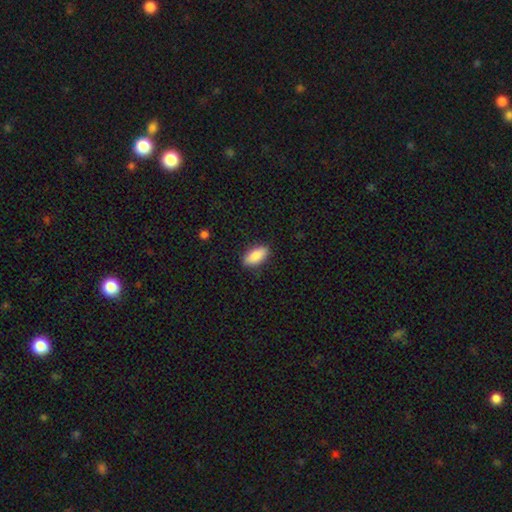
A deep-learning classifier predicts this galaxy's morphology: Smooth or featured? smooth (87%)
How rounded? in between (90%)
Merging? none (86%)